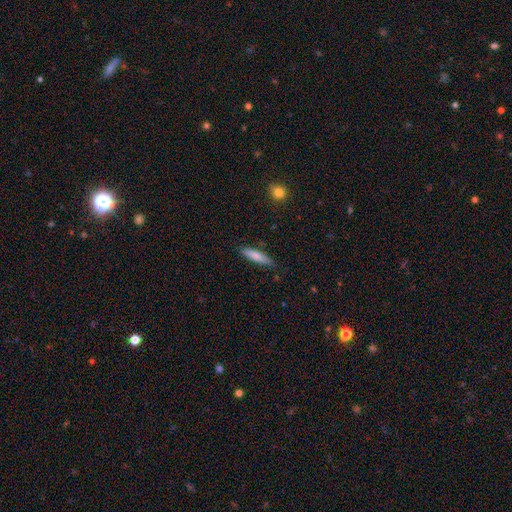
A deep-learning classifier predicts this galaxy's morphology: The model was most divided on "how rounded": cigar-shaped: 76%, in between: 22%, round: 2%. More confident: merging — none (80%); smooth or featured — smooth (80%).